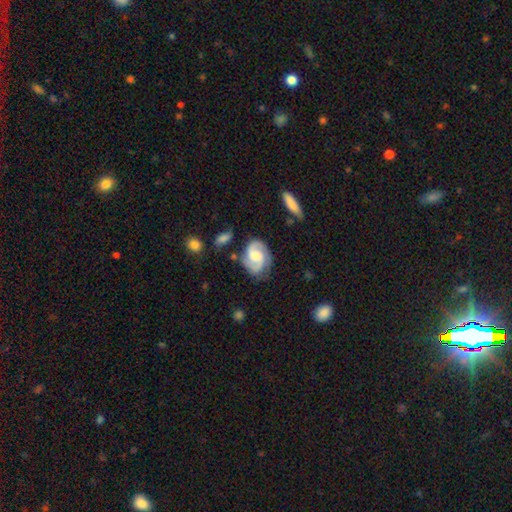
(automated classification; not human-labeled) featured or disk 84%, smooth 11%, star or artifact 5%. Down the decision tree: edge-on disk — no (98%); bar — no (50%); spiral arms — yes (97%); spiral arm count — 2 (88%); spiral winding — medium (51%); bulge size — moderate (44%); merging — none (73%).